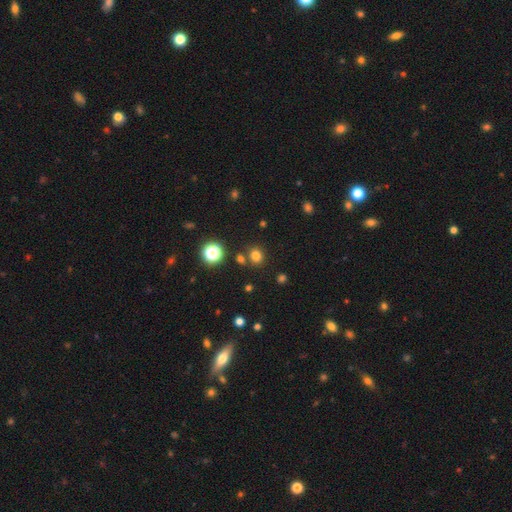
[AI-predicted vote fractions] Overall: smooth (75%). How rounded: round (79%). Merging: none (79%).